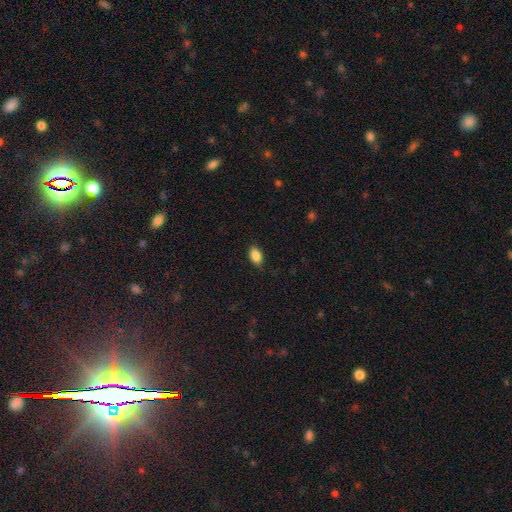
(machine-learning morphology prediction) Q: Smooth or featured?
A: smooth (87%); runner-up: star or artifact (8%)
Q: How rounded?
A: in between (89%); runner-up: round (9%)
Q: Merging?
A: none (85%); runner-up: minor disturbance (12%)